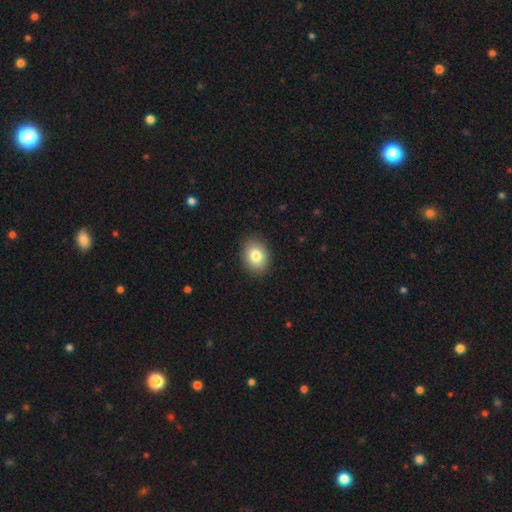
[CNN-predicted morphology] This appears to be a smooth galaxy with no disk features (82%) that is in between round and cigar-shaped (57%). Merging: none (90%).